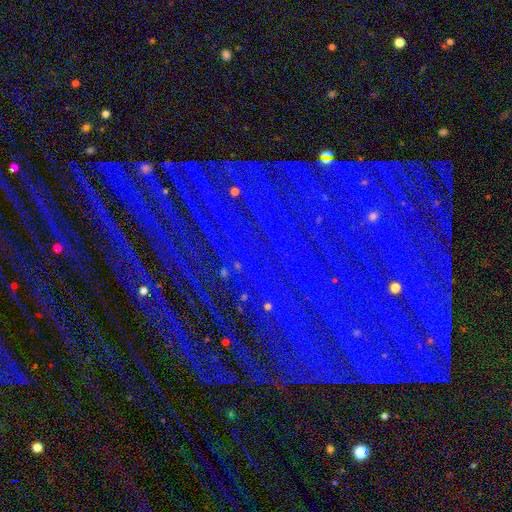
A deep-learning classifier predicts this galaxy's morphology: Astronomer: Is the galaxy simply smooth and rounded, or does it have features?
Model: star or artifact — 87%.